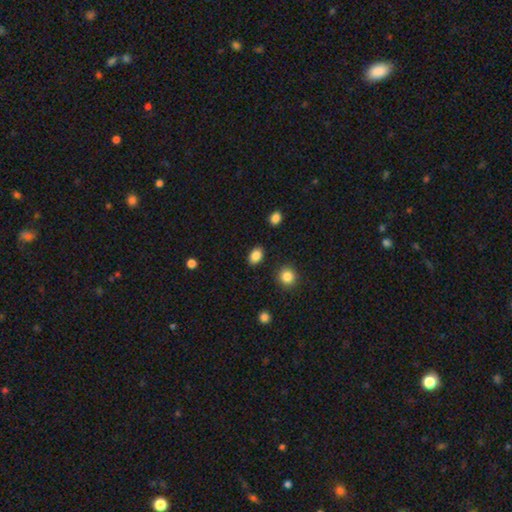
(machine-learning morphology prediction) Smooth or featured?
  - smooth: 87% *
  - star or artifact: 9%
  - featured or disk: 4%
How rounded?
  - in between: 76% *
  - round: 23%
  - cigar-shaped: 1%
Merging?
  - none: 88% *
  - minor disturbance: 8%
  - major disturbance: 2%
  - merger: 2%